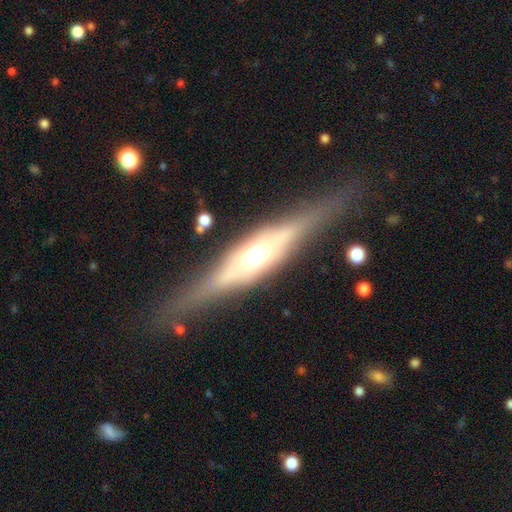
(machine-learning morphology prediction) smooth_or_featured: featured or disk (p=0.77) [alt: smooth p=0.17]
disk_edge_on: yes (p=0.95) [alt: no p=0.05]
edge_on_bulge: rounded (p=0.80) [alt: boxy p=0.16]
merging: none (p=0.82) [alt: minor disturbance p=0.12]